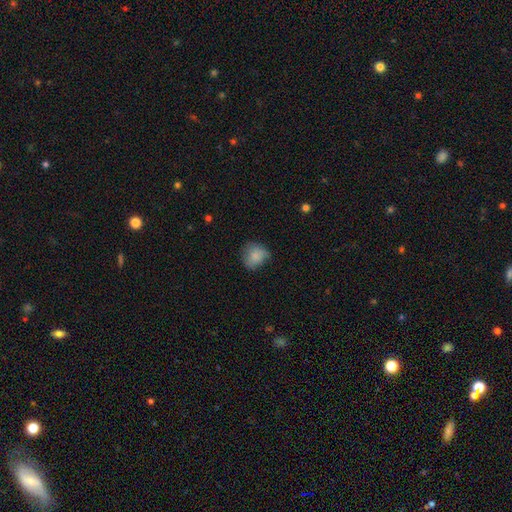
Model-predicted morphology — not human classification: Smooth or featured: smooth — 79% (featured or disk — 12%)
How rounded: round — 68% (in between — 31%)
Merging: none — 53% (minor disturbance — 33%)